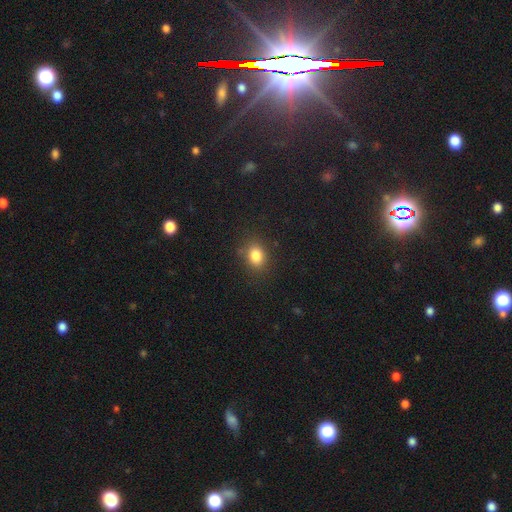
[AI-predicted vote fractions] A smooth galaxy with no disk features (83%) that is in between round and cigar-shaped (51%). Merging: none (82%).